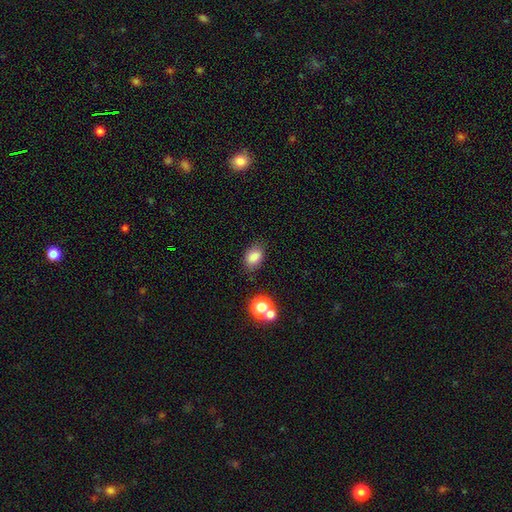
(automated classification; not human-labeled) Overall: smooth (83%). How rounded: in between (81%). Merging: none (79%).